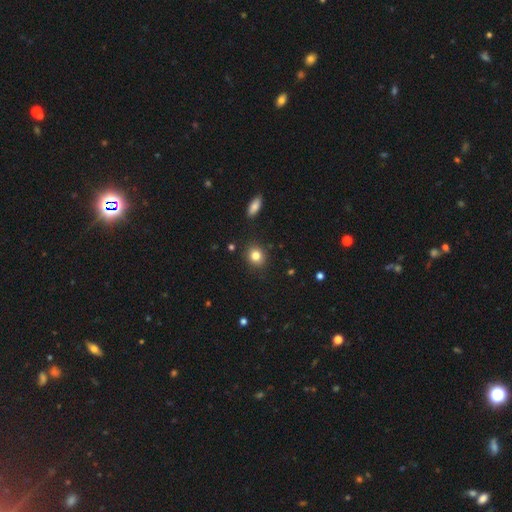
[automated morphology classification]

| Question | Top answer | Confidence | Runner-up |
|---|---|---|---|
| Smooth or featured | smooth | 82% | star or artifact (11%) |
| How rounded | round | 69% | in between (30%) |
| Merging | none | 87% | minor disturbance (8%) |